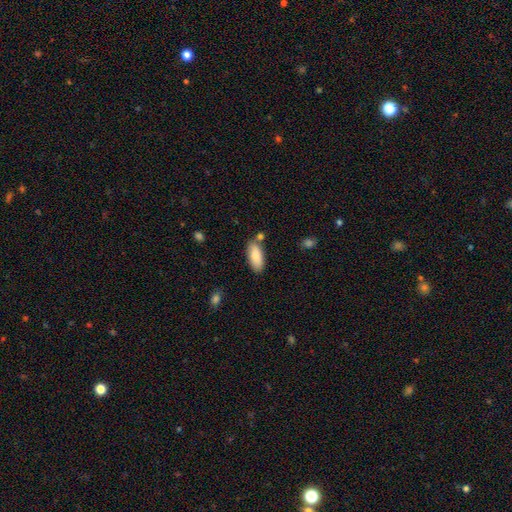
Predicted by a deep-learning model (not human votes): Smooth or featured? smooth (85%)
How rounded? in between (83%)
Merging? none (73%)